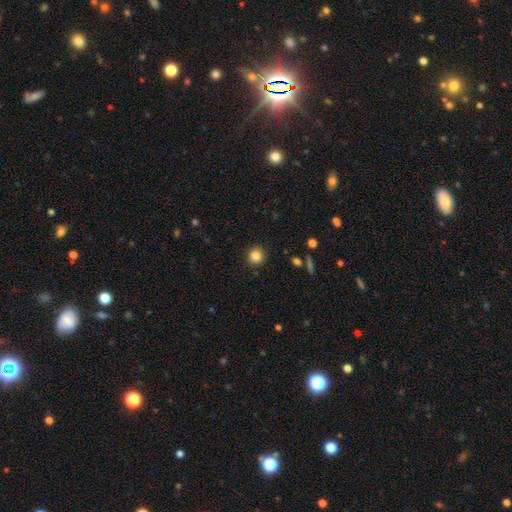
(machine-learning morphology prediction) A smooth galaxy with no disk features (84%) that is round (93%).

Vote fractions:
- Smooth or featured? smooth: 84% / star or artifact: 11% / featured or disk: 5%
- How rounded? round: 93% / in between: 6% / cigar-shaped: 1%
- Merging? none: 91% / minor disturbance: 5% / major disturbance: 2% / merger: 1%